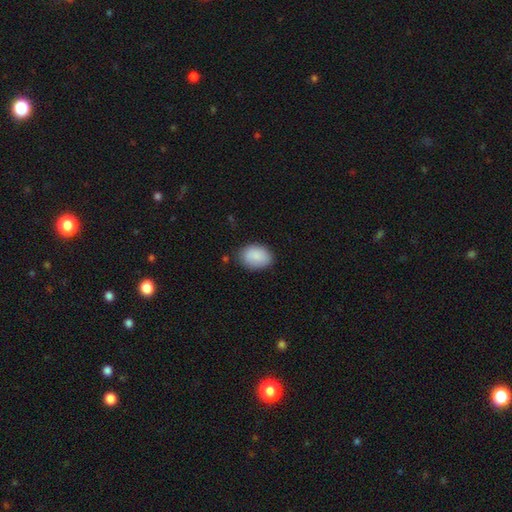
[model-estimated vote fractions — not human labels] Morphology: type=smooth (88%); roundness=in between (75%); merging=none (78%).